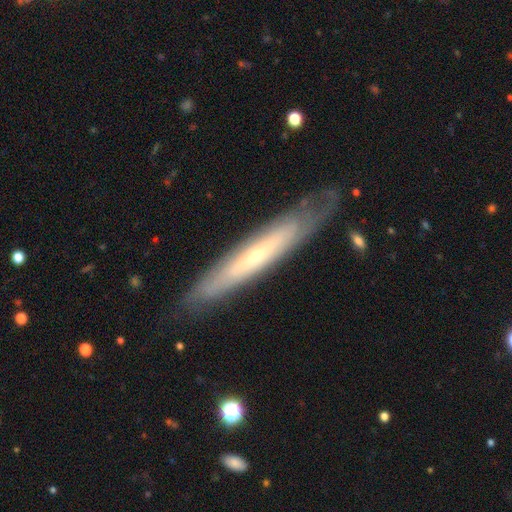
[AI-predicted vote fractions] Smooth or featured?
  - featured or disk: 66% *
  - smooth: 28%
  - star or artifact: 6%
Edge-on disk?
  - yes: 63% *
  - no: 37%
Merging?
  - none: 80% *
  - minor disturbance: 14%
  - major disturbance: 4%
  - merger: 1%